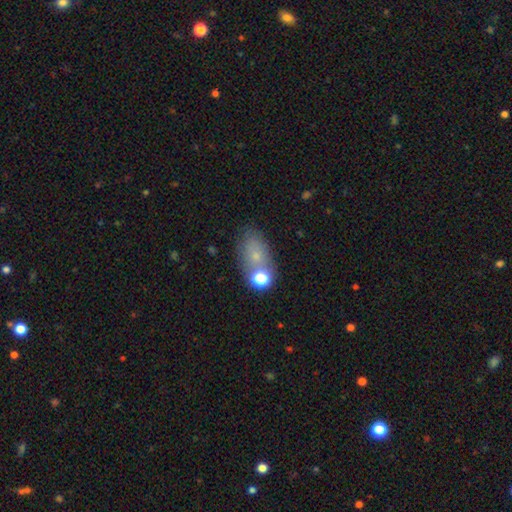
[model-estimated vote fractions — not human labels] smooth-or-featured: smooth: 67% | featured or disk: 17% | star or artifact: 16%
  how-rounded: in between: 79% | round: 18% | cigar-shaped: 2%
  merging: none: 59% | minor disturbance: 17% | merger: 17% | major disturbance: 7%